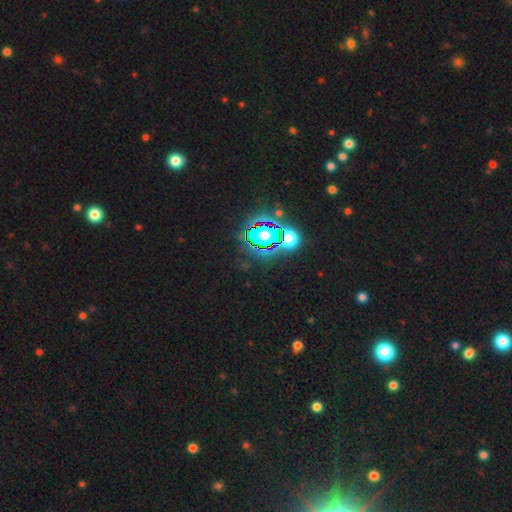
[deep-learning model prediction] Smooth or featured: star or artifact — 83% (smooth — 10%)